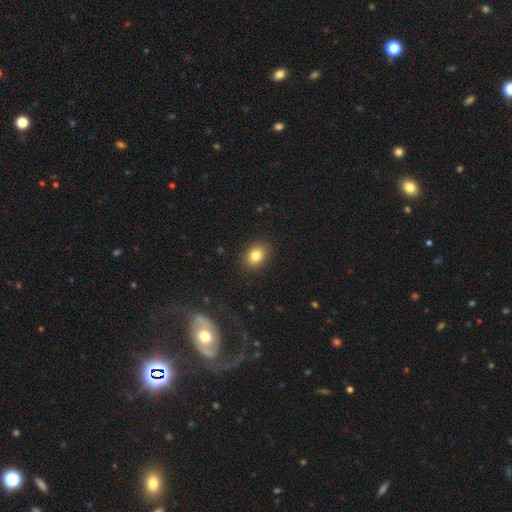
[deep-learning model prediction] Smooth or featured?
  - smooth: 82% *
  - star or artifact: 10%
  - featured or disk: 8%
How rounded?
  - in between: 69% *
  - round: 29%
  - cigar-shaped: 1%
Merging?
  - none: 88% *
  - minor disturbance: 9%
  - major disturbance: 2%
  - merger: 1%